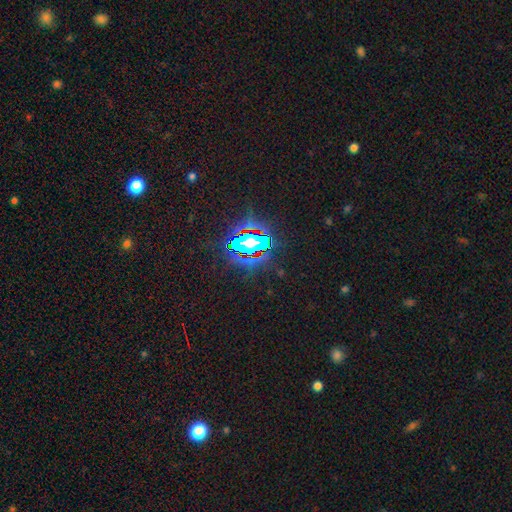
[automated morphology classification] type=star or artifact (78%).